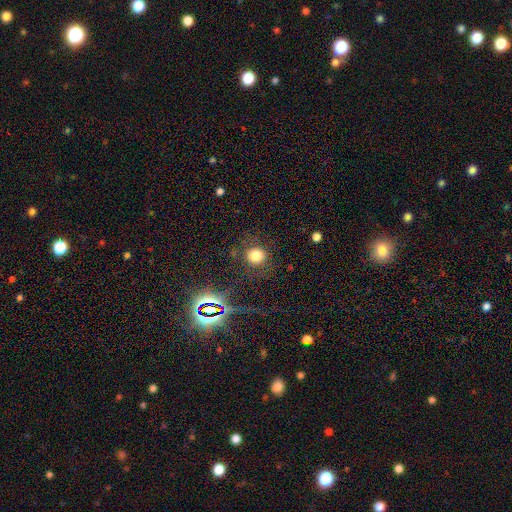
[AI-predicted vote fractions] smooth_or_featured: smooth (p=0.73) [alt: star or artifact p=0.19]
how_rounded: round (p=0.87) [alt: in between p=0.12]
merging: none (p=0.81) [alt: minor disturbance p=0.11]